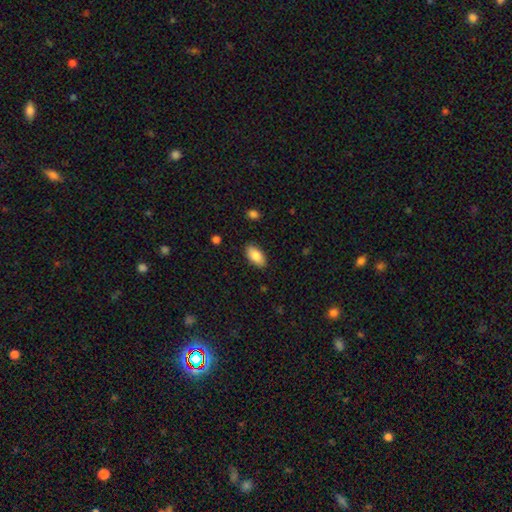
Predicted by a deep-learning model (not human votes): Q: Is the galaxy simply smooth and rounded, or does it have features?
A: smooth — 85%.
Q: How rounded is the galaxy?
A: in between — 93%.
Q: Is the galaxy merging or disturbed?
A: none — 87%.